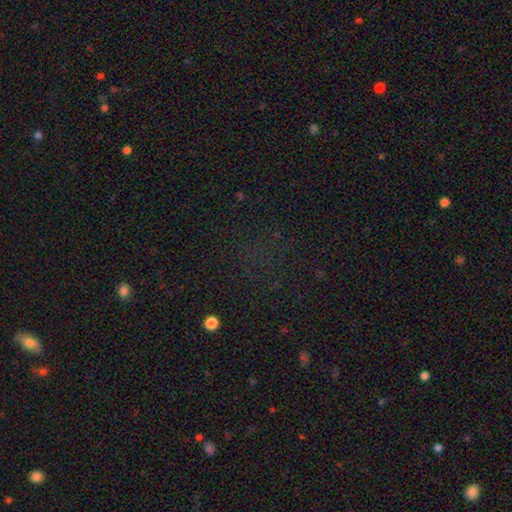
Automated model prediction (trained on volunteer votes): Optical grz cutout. It shows a star or artifact, not a galaxy (63%).